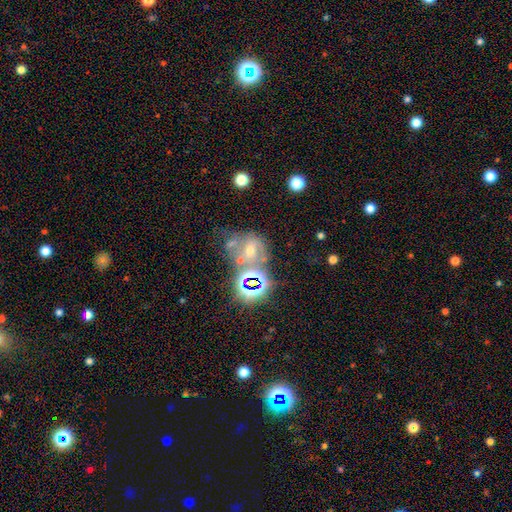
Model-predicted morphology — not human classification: type=star or artifact (49%).